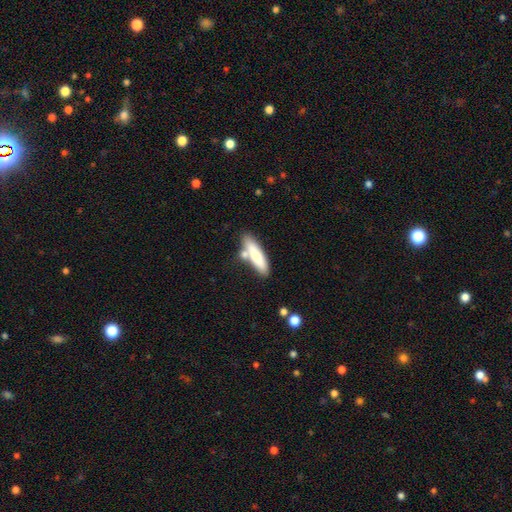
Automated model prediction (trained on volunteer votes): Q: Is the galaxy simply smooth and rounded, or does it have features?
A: smooth — 69%.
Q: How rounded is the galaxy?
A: cigar-shaped — 65%.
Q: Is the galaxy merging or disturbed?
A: none — 64%.